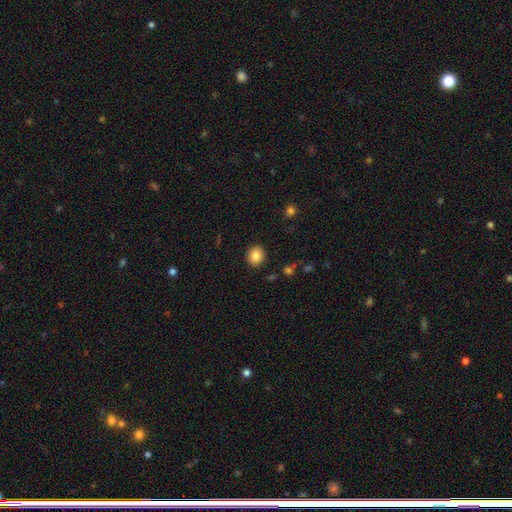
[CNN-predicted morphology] smooth_or_featured: smooth (p=0.84) [alt: star or artifact p=0.09]
how_rounded: round (p=0.72) [alt: in between p=0.27]
merging: none (p=0.90) [alt: minor disturbance p=0.06]